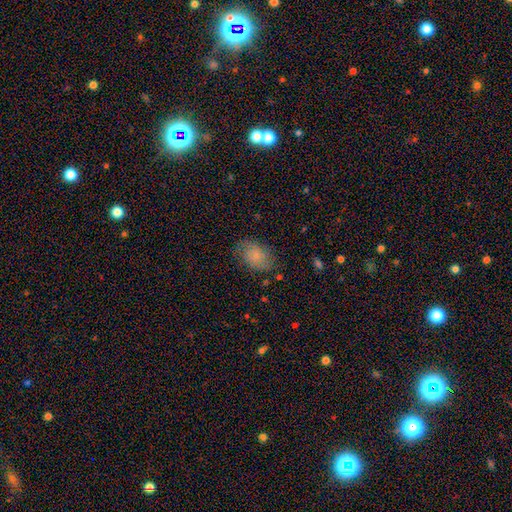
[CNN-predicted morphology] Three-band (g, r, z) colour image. It shows a smooth galaxy with no disk features (64%) that is in between round and cigar-shaped (80%). Merging: none (74%).